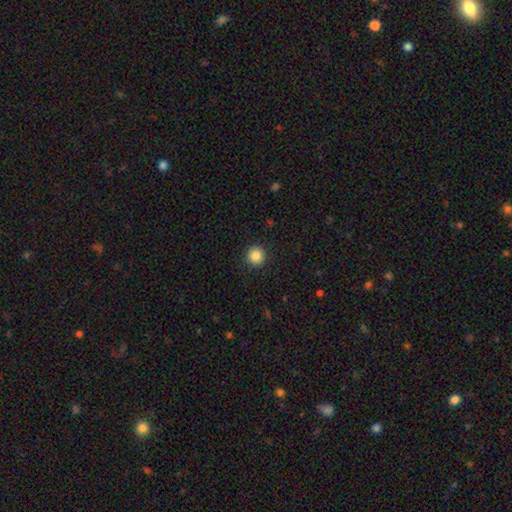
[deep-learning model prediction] smooth_or_featured: smooth (p=0.87) [alt: star or artifact p=0.10]
how_rounded: round (p=0.94) [alt: in between p=0.05]
merging: none (p=0.92) [alt: minor disturbance p=0.05]